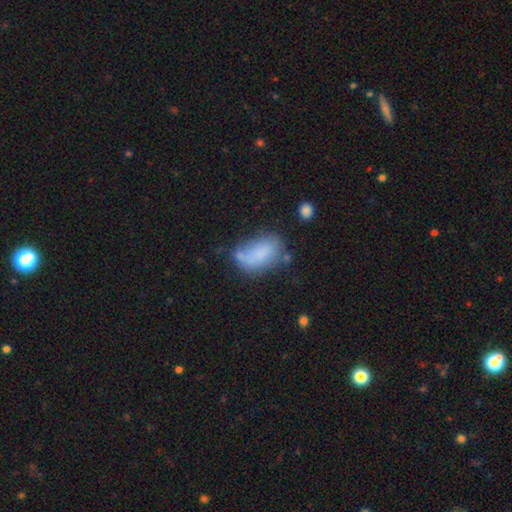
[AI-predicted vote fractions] Q: Smooth or featured?
A: smooth (73%); runner-up: featured or disk (18%)
Q: How rounded?
A: in between (90%); runner-up: round (7%)
Q: Merging?
A: none (39%); runner-up: minor disturbance (30%)